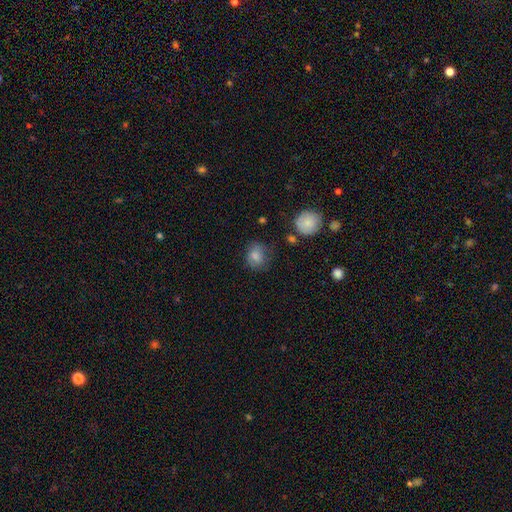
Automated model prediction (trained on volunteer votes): Morphology: type=smooth (81%); roundness=round (64%); merging=none (65%).